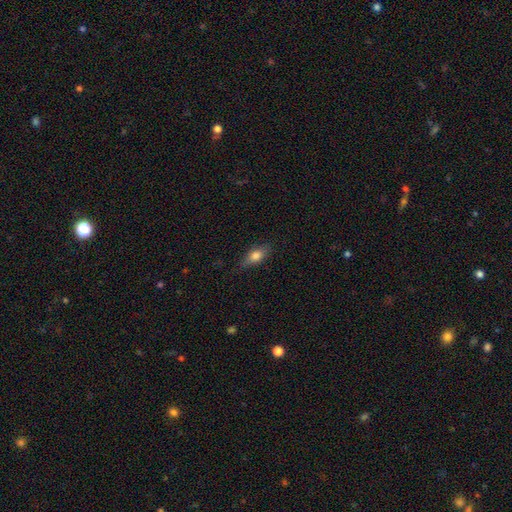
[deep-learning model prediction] smooth 73%, featured or disk 19%, star or artifact 8%. Down the decision tree: how rounded — in between (76%); merging — none (79%).